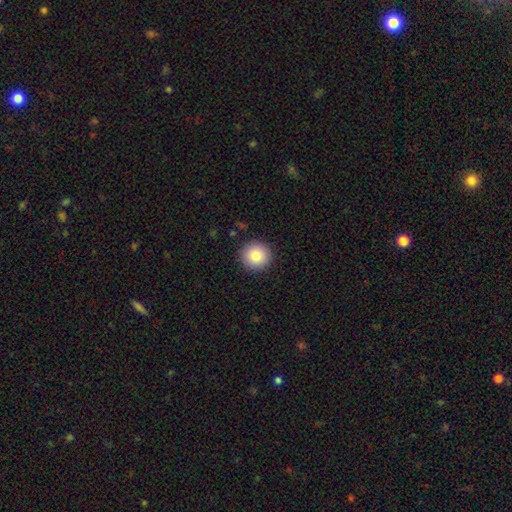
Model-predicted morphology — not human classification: Smooth or featured? Predicted: smooth (p=0.81). How rounded? Predicted: round (p=0.94). Merging? Predicted: none (p=0.91).